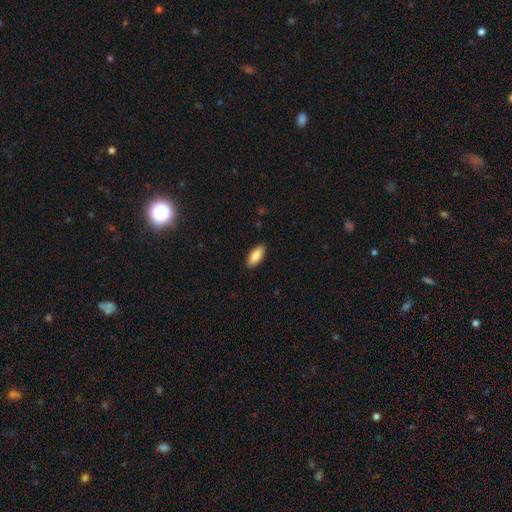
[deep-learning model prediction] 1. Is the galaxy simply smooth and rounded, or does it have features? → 87% smooth, 7% featured or disk, 6% star or artifact.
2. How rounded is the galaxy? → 89% in between, 9% cigar-shaped, 2% round.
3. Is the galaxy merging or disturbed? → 89% none, 8% minor disturbance, 2% major disturbance, 1% merger.